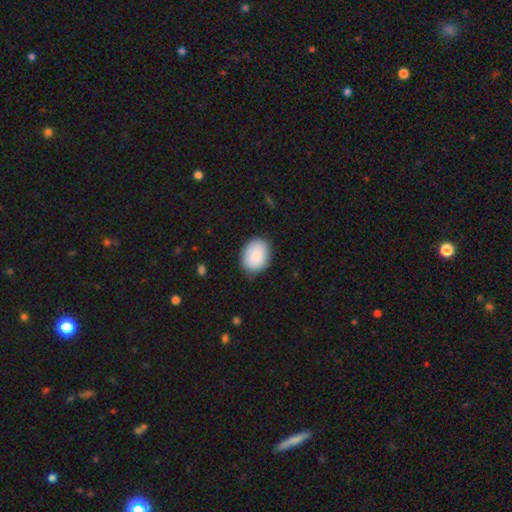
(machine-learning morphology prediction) The model was most divided on "how rounded": in between: 56%, round: 43%, cigar-shaped: 1%. More confident: smooth or featured — smooth (85%); merging — none (85%).